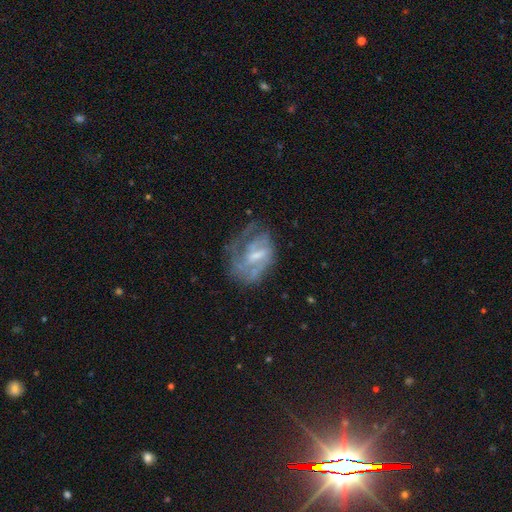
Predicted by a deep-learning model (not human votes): Q: Smooth or featured?
A: featured or disk (71%); runner-up: smooth (18%)
Q: Edge-on disk?
A: no (96%); runner-up: yes (4%)
Q: Bar?
A: weak (52%); runner-up: no (28%)
Q: Spiral arms?
A: yes (72%); runner-up: no (28%)
Q: Bulge size?
A: small (46%); runner-up: moderate (33%)
Q: Merging?
A: none (45%); runner-up: major disturbance (28%)